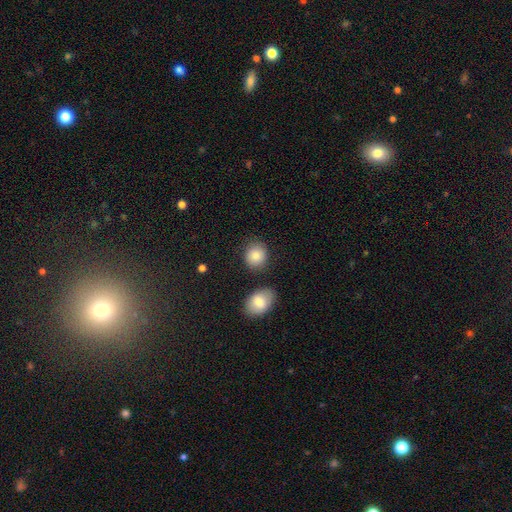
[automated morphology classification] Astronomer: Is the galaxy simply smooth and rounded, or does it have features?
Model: smooth — 85%.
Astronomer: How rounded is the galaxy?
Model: round — 75%.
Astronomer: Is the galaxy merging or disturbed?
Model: none — 78%.